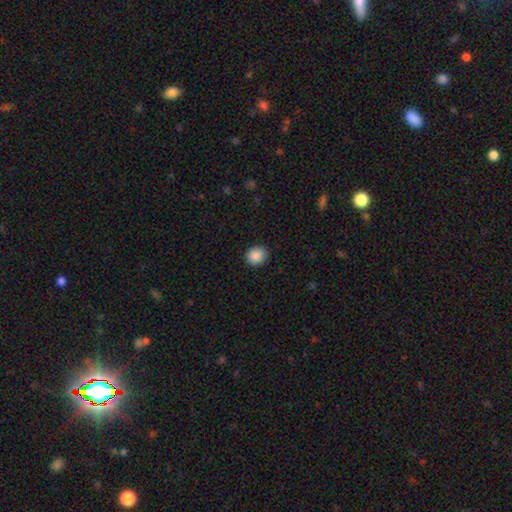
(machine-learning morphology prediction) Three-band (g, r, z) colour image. It shows a smooth galaxy with no disk features (89%) that is round (77%). Merging: none (89%).